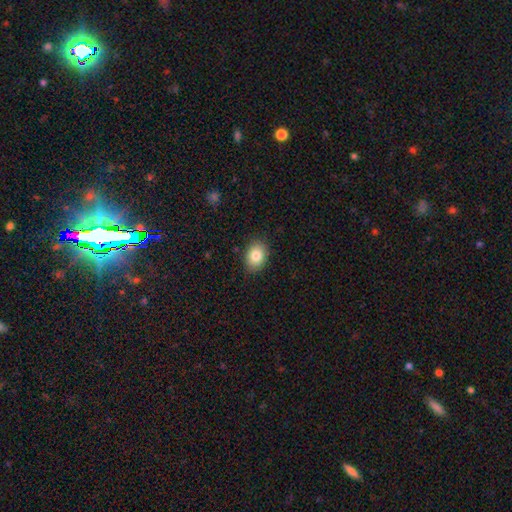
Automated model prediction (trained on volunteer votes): smooth-or-featured: smooth: 83% | featured or disk: 8% | star or artifact: 8%
  how-rounded: in between: 71% | round: 29% | cigar-shaped: 1%
  merging: none: 86% | minor disturbance: 11% | major disturbance: 2% | merger: 1%